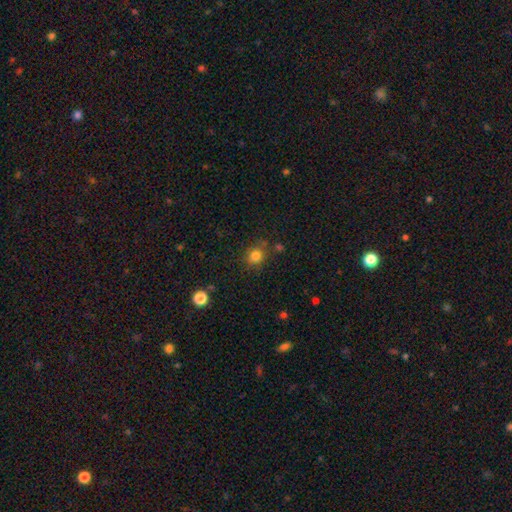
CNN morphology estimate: This is clearly a smooth galaxy (81%). How rounded: likely round (74%). Merging: likely none (78%).